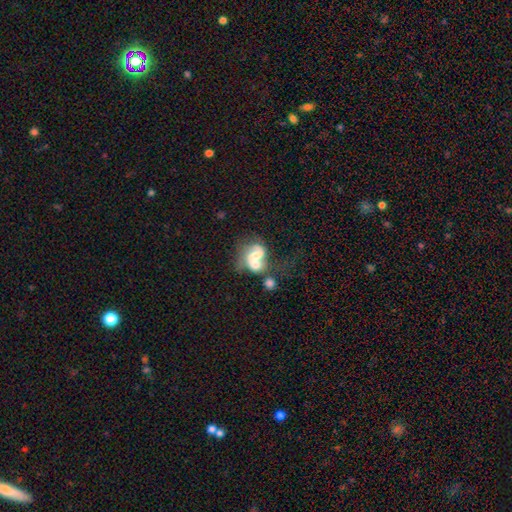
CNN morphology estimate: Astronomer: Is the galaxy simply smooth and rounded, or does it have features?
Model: featured or disk — 60%.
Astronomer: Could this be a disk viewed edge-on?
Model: no — 97%.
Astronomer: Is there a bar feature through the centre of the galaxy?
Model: no — 48% (runner-up: weak, 34%).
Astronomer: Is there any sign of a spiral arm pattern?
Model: yes — 69%.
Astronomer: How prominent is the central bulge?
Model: moderate — 48%.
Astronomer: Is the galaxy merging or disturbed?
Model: merger — 60%.